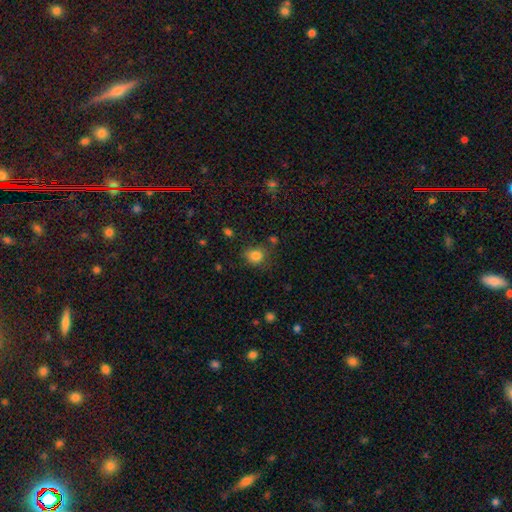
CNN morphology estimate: type=smooth (82%); roundness=round (71%); merging=none (72%).